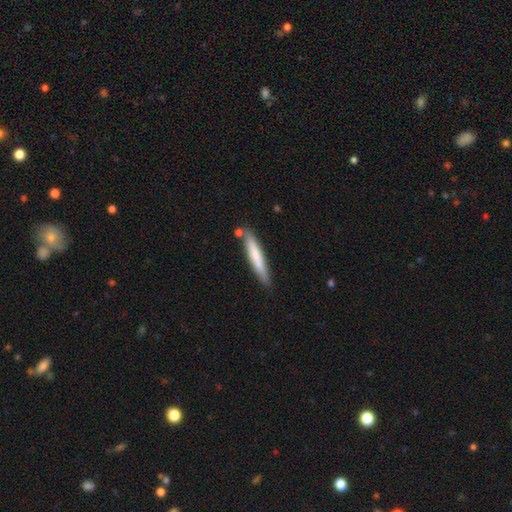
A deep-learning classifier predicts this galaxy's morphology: This appears to be a smooth galaxy with no disk features (70%) that is cigar-shaped (94%). Merging: none (81%).